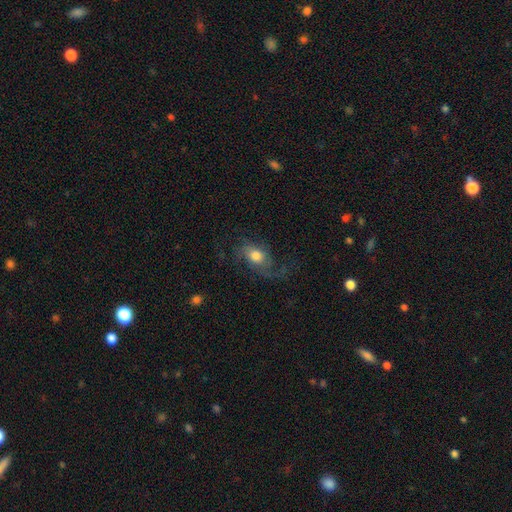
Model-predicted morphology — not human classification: smooth_or_featured: featured or disk (p=0.55) [alt: smooth p=0.36]
disk_edge_on: no (p=0.94) [alt: yes p=0.06]
bar: no (p=0.76) [alt: weak p=0.20]
has_spiral_arms: yes (p=0.84) [alt: no p=0.16]
bulge_size: moderate (p=0.53) [alt: large p=0.32]
merging: none (p=0.47) [alt: major disturbance p=0.32]